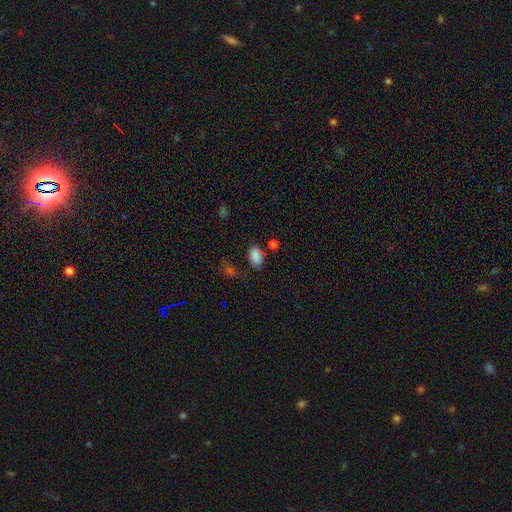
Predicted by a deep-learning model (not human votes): smooth 82%, star or artifact 13%, featured or disk 5%. Down the decision tree: how rounded — in between (88%); merging — none (69%).